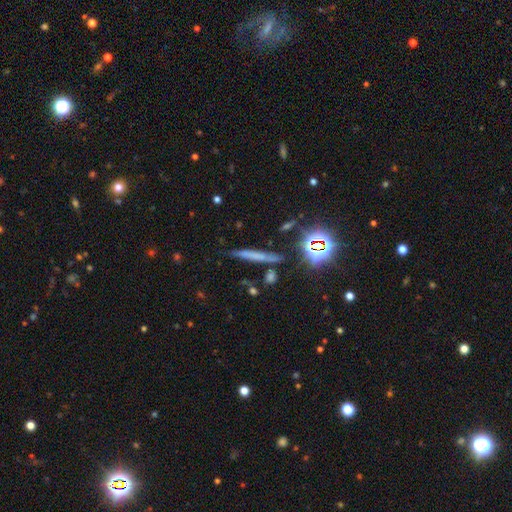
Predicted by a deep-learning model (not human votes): Morphology: type=smooth (50%); roundness=cigar-shaped (88%); merging=none (79%).